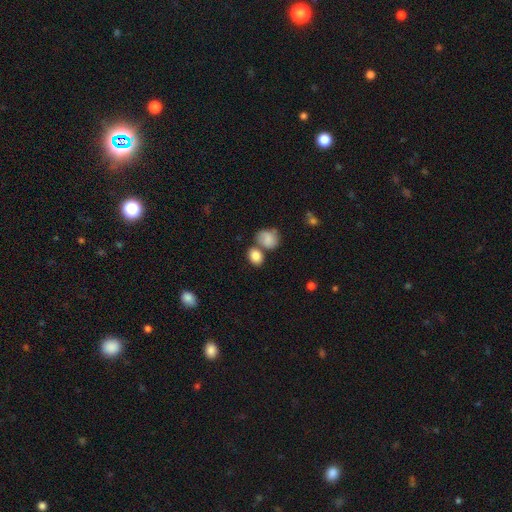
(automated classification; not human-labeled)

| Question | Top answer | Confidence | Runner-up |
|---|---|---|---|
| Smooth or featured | smooth | 84% | star or artifact (9%) |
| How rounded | in between | 56% | round (43%) |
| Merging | none | 52% | merger (31%) |